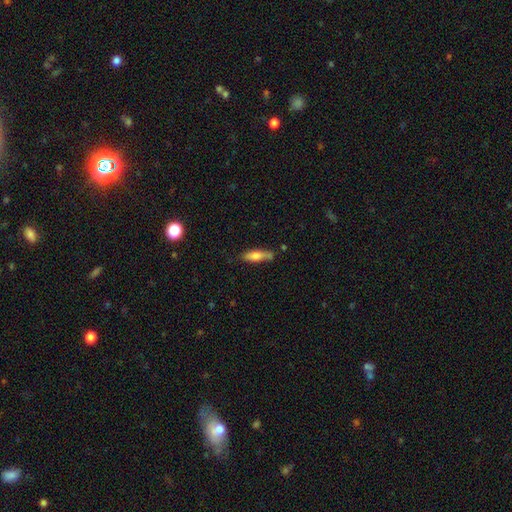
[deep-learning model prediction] Smooth or featured?
  - smooth: 72% *
  - featured or disk: 21%
  - star or artifact: 7%
How rounded?
  - cigar-shaped: 53% *
  - in between: 44%
  - round: 2%
Merging?
  - none: 62% *
  - minor disturbance: 22%
  - merger: 10%
  - major disturbance: 5%